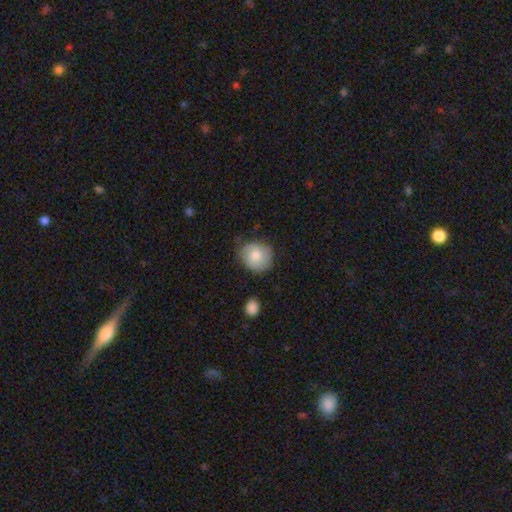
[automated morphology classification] Q: Smooth or featured?
A: smooth (72%); runner-up: featured or disk (21%)
Q: How rounded?
A: round (75%); runner-up: in between (24%)
Q: Merging?
A: none (70%); runner-up: minor disturbance (23%)